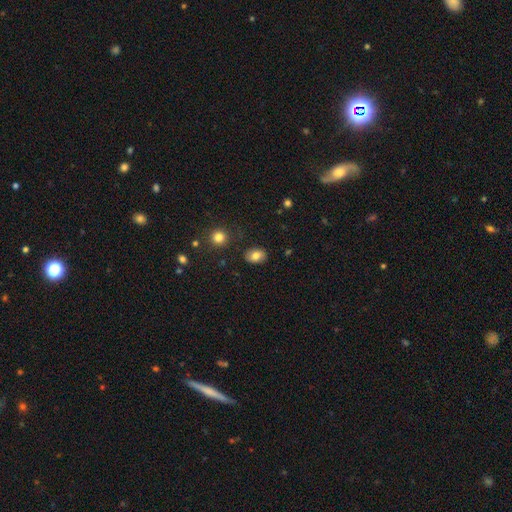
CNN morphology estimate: Smooth or featured? Predicted: smooth (p=0.80). How rounded? Predicted: in between (p=0.78). Merging? Predicted: none (p=0.86).